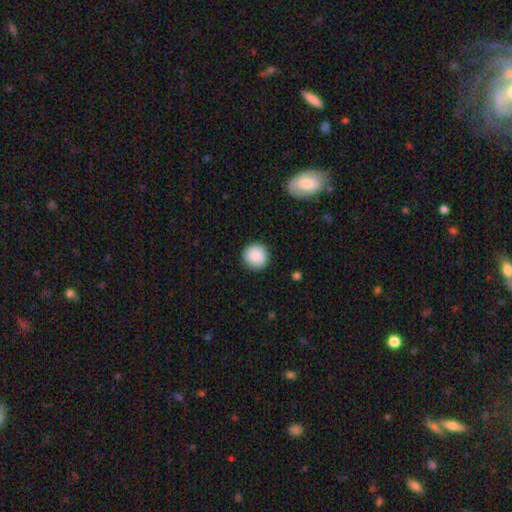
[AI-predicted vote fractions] smooth_or_featured: smooth (p=0.88) [alt: star or artifact p=0.07]
how_rounded: round (p=0.93) [alt: in between p=0.06]
merging: none (p=0.89) [alt: minor disturbance p=0.08]